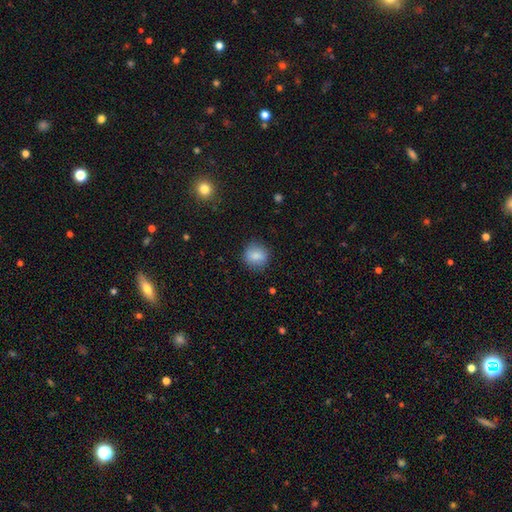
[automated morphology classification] Overall: smooth (84%). How rounded: round (84%). Merging: none (86%).